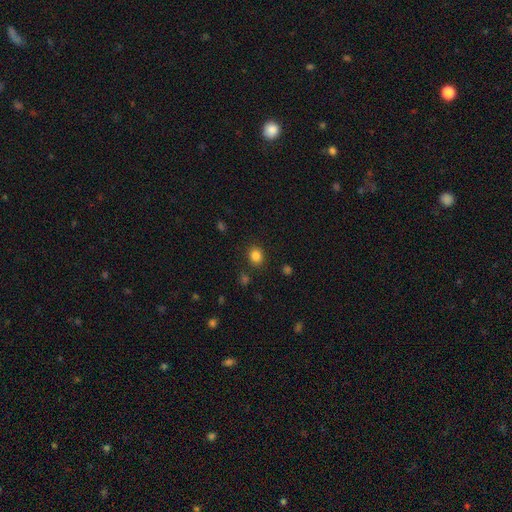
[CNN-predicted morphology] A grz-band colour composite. It shows a smooth galaxy with no disk features (84%) that is round (64%). Merging: none (86%).